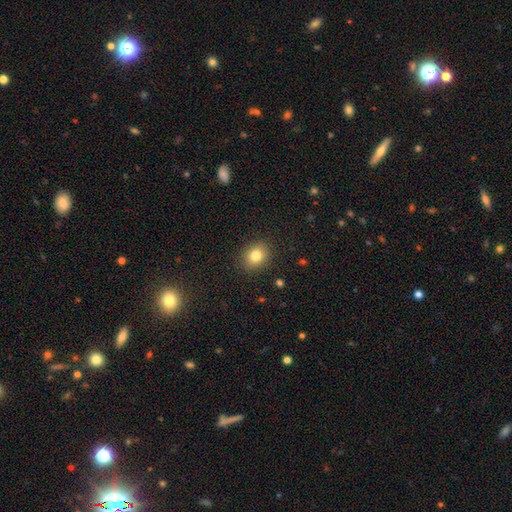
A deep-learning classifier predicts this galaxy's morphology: Q: Smooth or featured?
A: smooth (82%); runner-up: star or artifact (11%)
Q: How rounded?
A: round (58%); runner-up: in between (41%)
Q: Merging?
A: none (88%); runner-up: minor disturbance (8%)